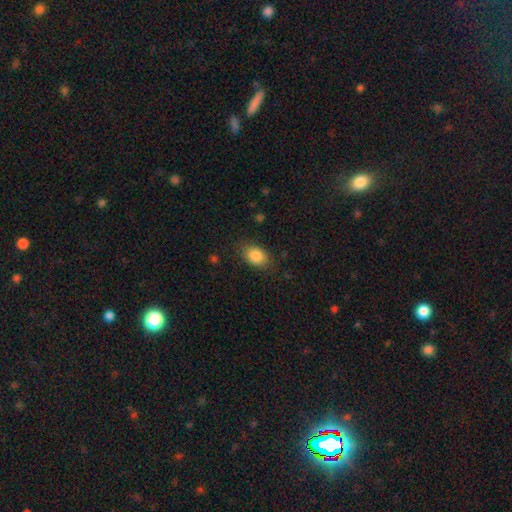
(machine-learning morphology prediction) A smooth galaxy with no disk features (86%) that is in between round and cigar-shaped (79%).

Vote fractions:
- Smooth or featured? smooth: 86% / star or artifact: 8% / featured or disk: 6%
- How rounded? in between: 79% / round: 19% / cigar-shaped: 1%
- Merging? none: 81% / minor disturbance: 14% / major disturbance: 4% / merger: 1%